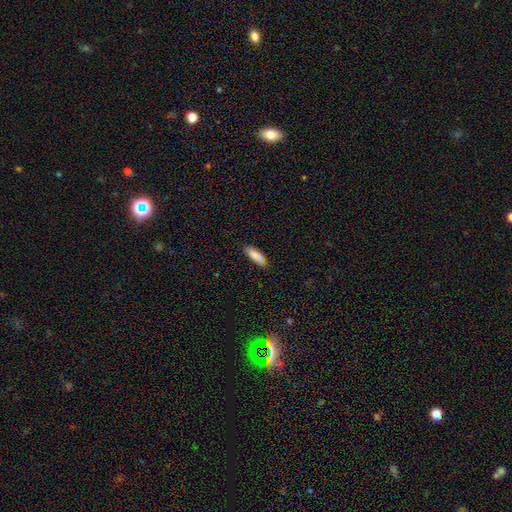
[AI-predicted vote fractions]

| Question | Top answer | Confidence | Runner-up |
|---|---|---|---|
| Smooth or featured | smooth | 85% | featured or disk (8%) |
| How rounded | in between | 53% | cigar-shaped (45%) |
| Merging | none | 83% | minor disturbance (14%) |